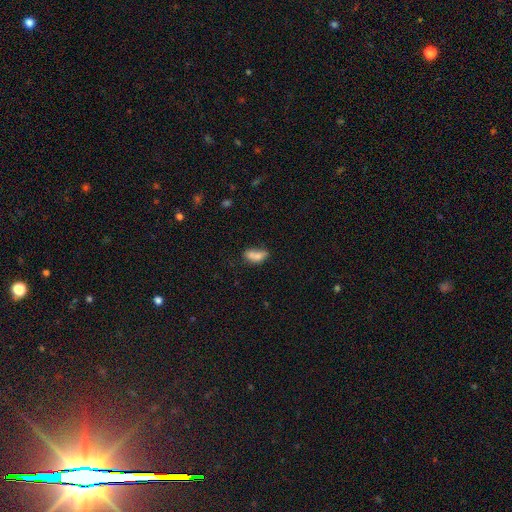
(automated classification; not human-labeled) Smooth or featured? smooth (72%)
How rounded? in between (82%)
Merging? merger (43%)